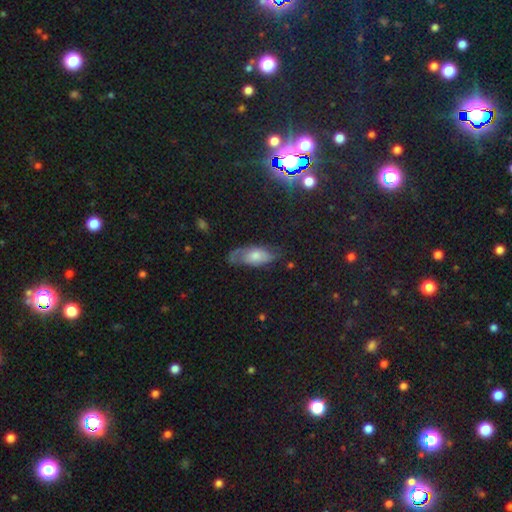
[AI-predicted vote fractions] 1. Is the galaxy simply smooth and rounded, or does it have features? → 42% featured or disk, 40% smooth, 17% star or artifact.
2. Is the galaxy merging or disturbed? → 55% none, 29% minor disturbance, 14% major disturbance, 2% merger.